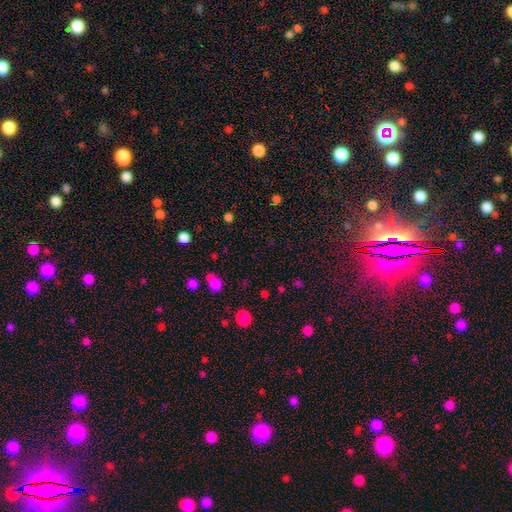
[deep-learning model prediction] smooth_or_featured: smooth (p=0.53) [alt: star or artifact p=0.39]
how_rounded: round (p=0.74) [alt: in between p=0.23]
merging: none (p=0.67) [alt: merger p=0.16]